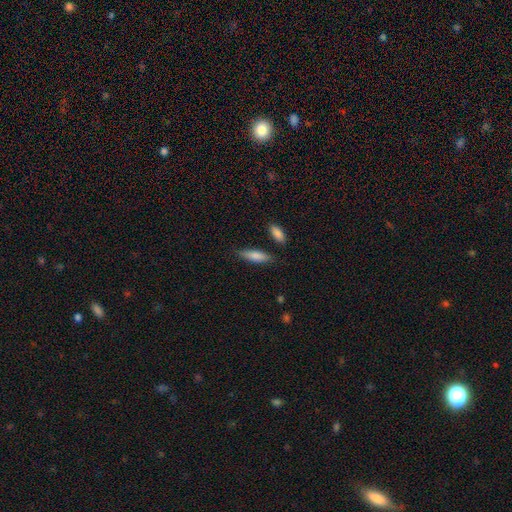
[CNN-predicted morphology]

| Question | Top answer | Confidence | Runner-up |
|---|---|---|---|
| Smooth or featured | smooth | 81% | featured or disk (13%) |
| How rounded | cigar-shaped | 55% | in between (43%) |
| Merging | none | 78% | minor disturbance (14%) |